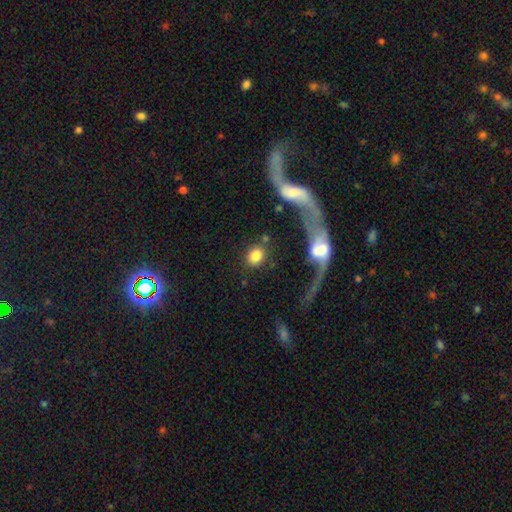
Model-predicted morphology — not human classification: Smooth or featured? Predicted: smooth (p=0.82). How rounded? Predicted: round (p=0.59). Merging? Predicted: none (p=0.68).